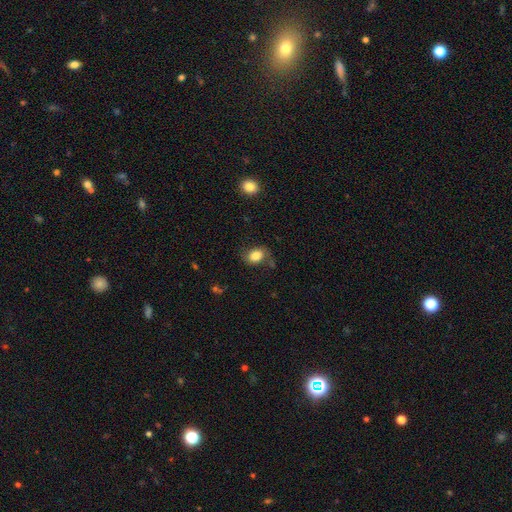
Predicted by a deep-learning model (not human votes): Smooth or featured?
  - smooth: 77% *
  - featured or disk: 15%
  - star or artifact: 8%
How rounded?
  - in between: 72% *
  - round: 27%
  - cigar-shaped: 1%
Merging?
  - none: 66% *
  - minor disturbance: 21%
  - major disturbance: 9%
  - merger: 4%